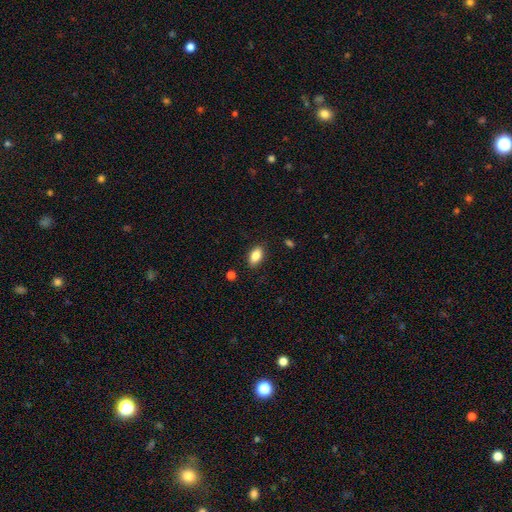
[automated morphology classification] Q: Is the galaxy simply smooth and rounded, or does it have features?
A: smooth — 85%.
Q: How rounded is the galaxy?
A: in between — 91%.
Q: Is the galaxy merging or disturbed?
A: none — 87%.